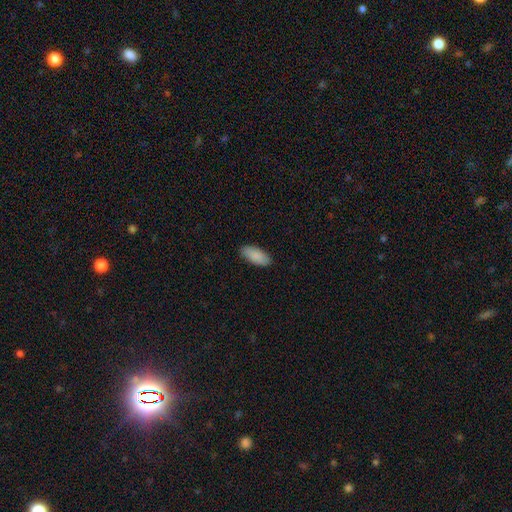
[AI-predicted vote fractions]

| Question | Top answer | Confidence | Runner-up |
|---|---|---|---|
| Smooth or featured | smooth | 89% | star or artifact (6%) |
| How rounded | in between | 87% | cigar-shaped (11%) |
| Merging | none | 87% | minor disturbance (10%) |